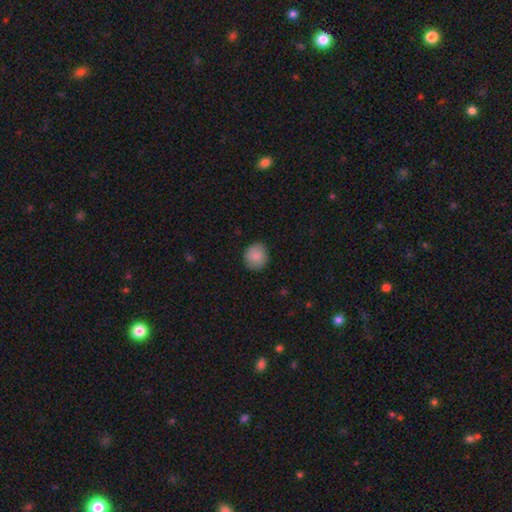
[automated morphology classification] This is clearly a smooth galaxy (88%). How rounded: clearly round (90%). Merging: clearly none (89%).